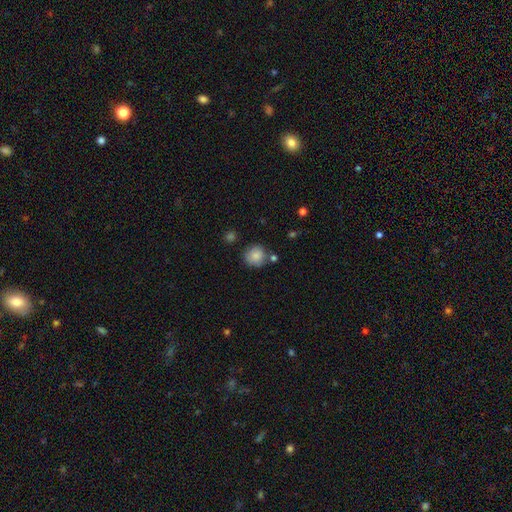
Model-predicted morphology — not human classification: Smooth or featured? Predicted: smooth (p=0.85). How rounded? Predicted: round (p=0.90). Merging? Predicted: none (p=0.74).